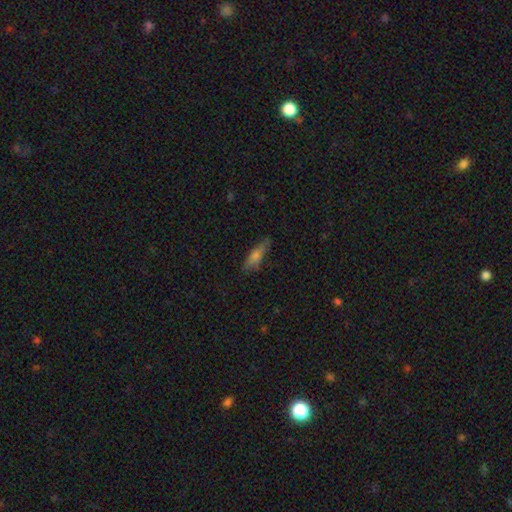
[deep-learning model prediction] This appears to be a smooth galaxy with no disk features (66%) that is cigar-shaped (63%). Merging: none (72%).